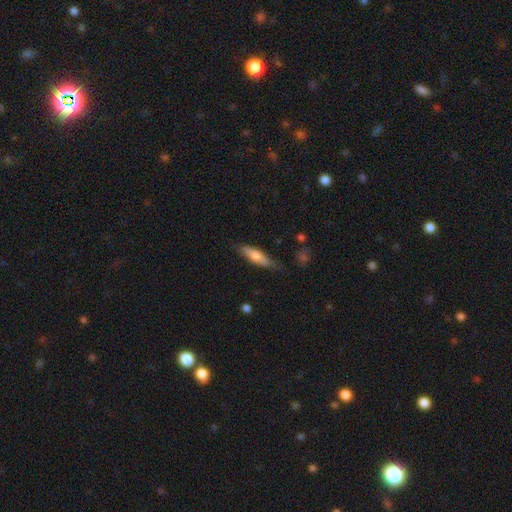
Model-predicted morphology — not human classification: smooth-or-featured: smooth: 62% | featured or disk: 32% | star or artifact: 6%
  how-rounded: cigar-shaped: 70% | in between: 28% | round: 2%
  merging: none: 72% | minor disturbance: 21% | major disturbance: 5% | merger: 2%